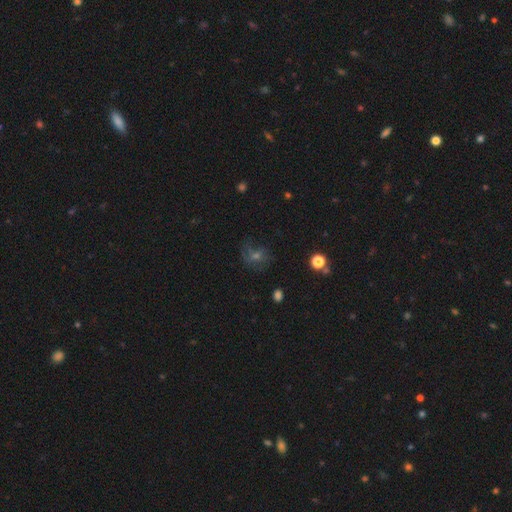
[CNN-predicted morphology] smooth-or-featured: smooth: 37% | featured or disk: 35% | star or artifact: 28%
  merging: none: 59% | minor disturbance: 21% | major disturbance: 18% | merger: 2%